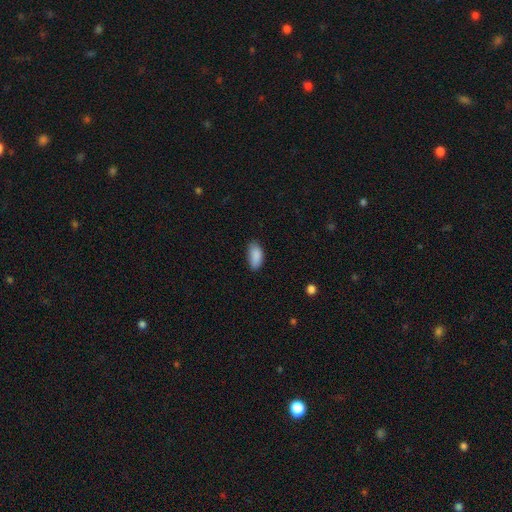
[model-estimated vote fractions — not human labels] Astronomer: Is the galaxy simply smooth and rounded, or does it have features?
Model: smooth — 89%.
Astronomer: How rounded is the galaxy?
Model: in between — 92%.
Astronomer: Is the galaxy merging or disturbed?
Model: none — 74%.